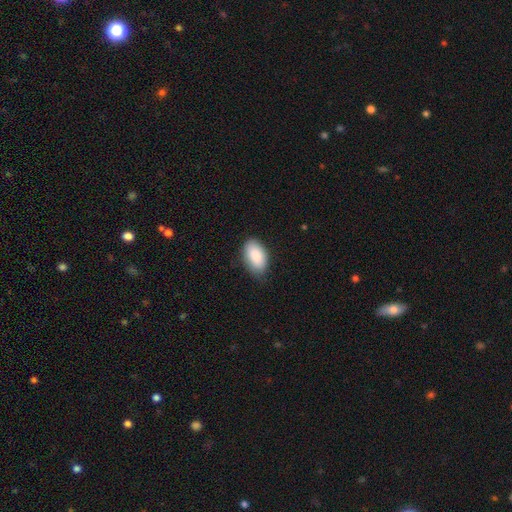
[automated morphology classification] Smooth or featured? Predicted: smooth (p=0.86). How rounded? Predicted: in between (p=0.94). Merging? Predicted: none (p=0.80).